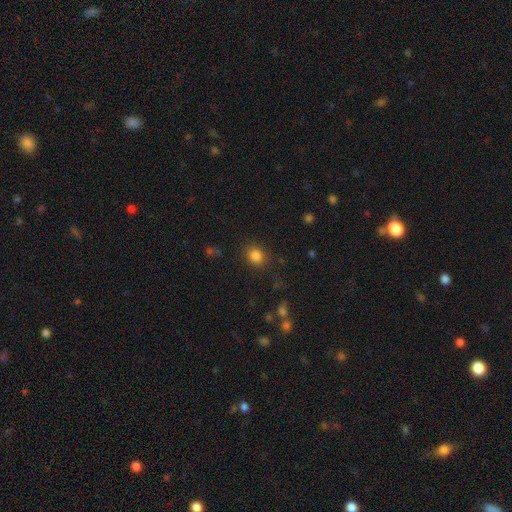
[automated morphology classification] Smooth or featured: smooth — 84% (star or artifact — 12%)
How rounded: round — 67% (in between — 33%)
Merging: none — 85% (minor disturbance — 10%)